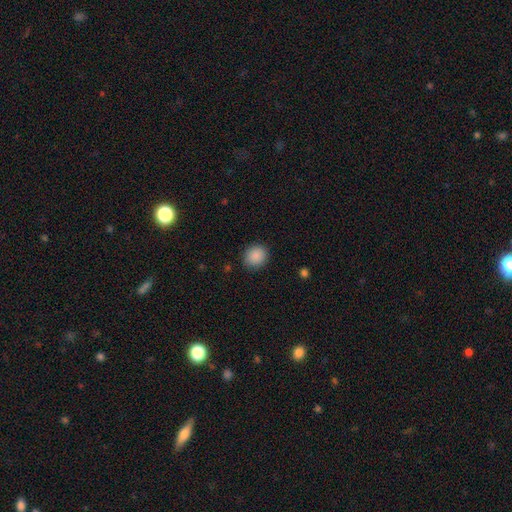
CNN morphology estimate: Overall: smooth (88%). How rounded: round (76%). Merging: none (88%).